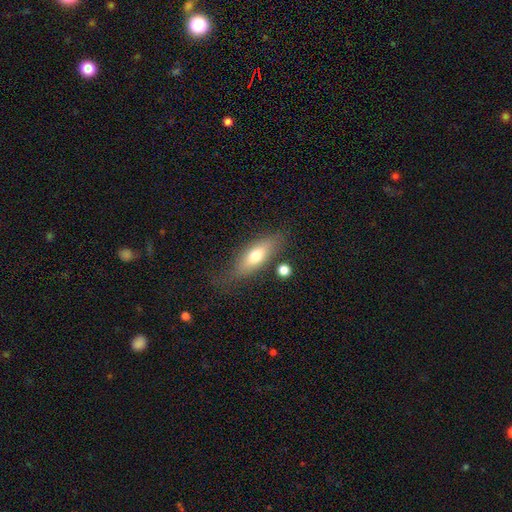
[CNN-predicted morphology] smooth_or_featured: smooth (p=0.66) [alt: featured or disk p=0.27]
how_rounded: in between (p=0.64) [alt: cigar-shaped p=0.32]
merging: none (p=0.69) [alt: minor disturbance p=0.18]